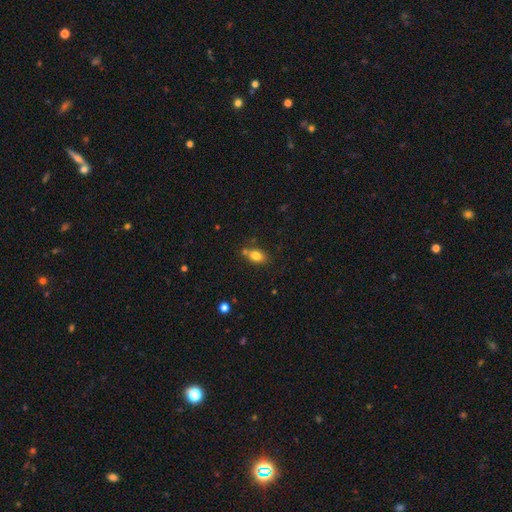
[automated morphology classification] Overall: smooth (80%). How rounded: in between (80%). Merging: none (66%).